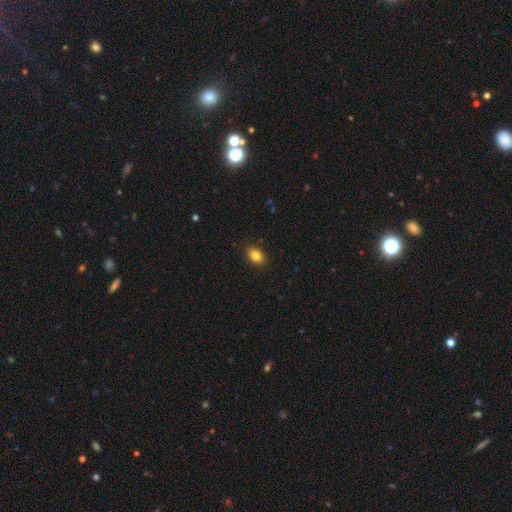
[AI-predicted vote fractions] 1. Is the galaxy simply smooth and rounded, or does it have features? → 85% smooth, 9% star or artifact, 6% featured or disk.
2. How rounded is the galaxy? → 75% in between, 24% round, 1% cigar-shaped.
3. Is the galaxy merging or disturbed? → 88% none, 9% minor disturbance, 2% major disturbance, 1% merger.